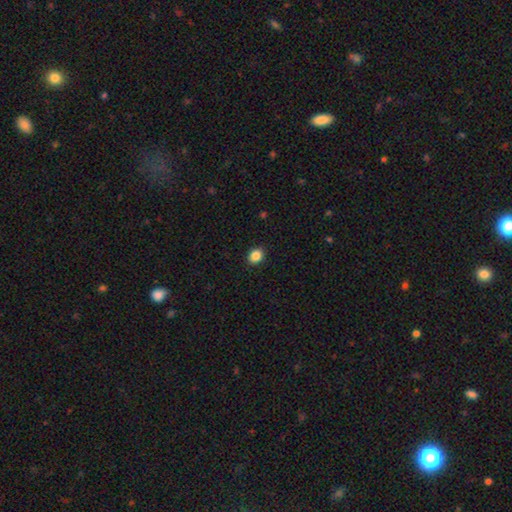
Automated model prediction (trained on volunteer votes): Smooth or featured?
  - smooth: 86% *
  - star or artifact: 10%
  - featured or disk: 4%
How rounded?
  - round: 61% *
  - in between: 38%
  - cigar-shaped: 1%
Merging?
  - none: 91% *
  - minor disturbance: 6%
  - major disturbance: 2%
  - merger: 1%